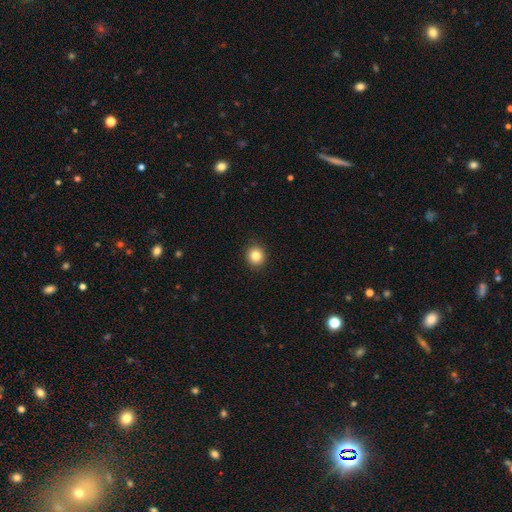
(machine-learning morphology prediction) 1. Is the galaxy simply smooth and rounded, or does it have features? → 84% smooth, 10% star or artifact, 6% featured or disk.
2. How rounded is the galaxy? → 89% round, 10% in between, 1% cigar-shaped.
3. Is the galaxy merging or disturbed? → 91% none, 6% minor disturbance, 2% major disturbance, 1% merger.